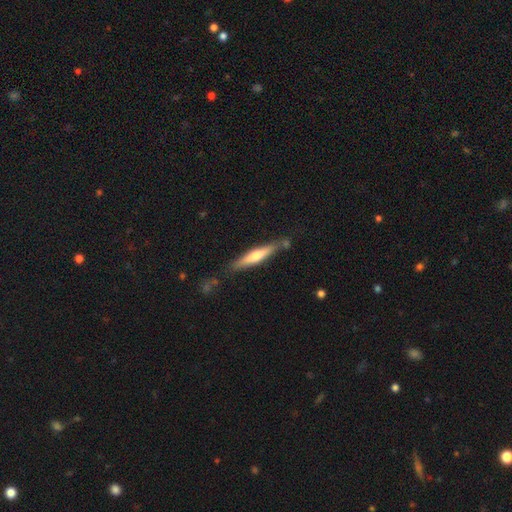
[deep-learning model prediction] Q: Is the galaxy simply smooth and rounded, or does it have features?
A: smooth — 48%.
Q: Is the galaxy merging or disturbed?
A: none — 76%.